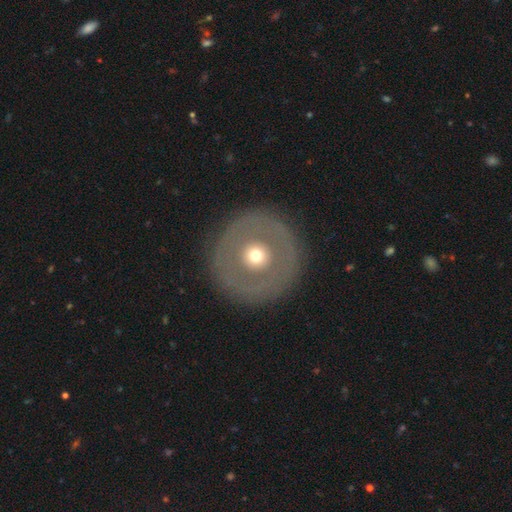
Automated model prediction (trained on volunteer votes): Q: Smooth or featured?
A: featured or disk (48%); runner-up: smooth (44%)
Q: Merging?
A: none (90%); runner-up: minor disturbance (6%)